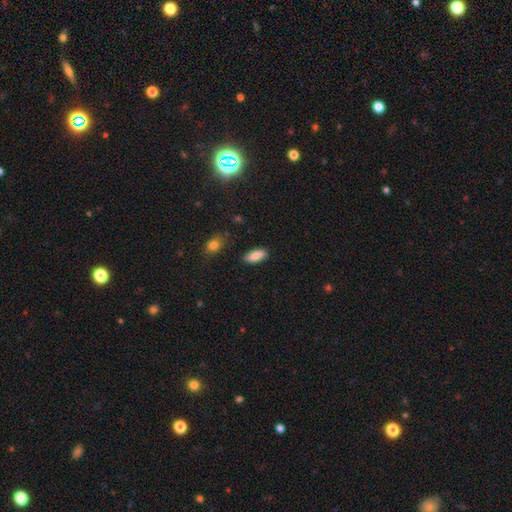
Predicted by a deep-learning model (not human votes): The model was most divided on "how rounded": in between: 83%, cigar-shaped: 14%, round: 2%. More confident: smooth or featured — smooth (87%); merging — none (85%).